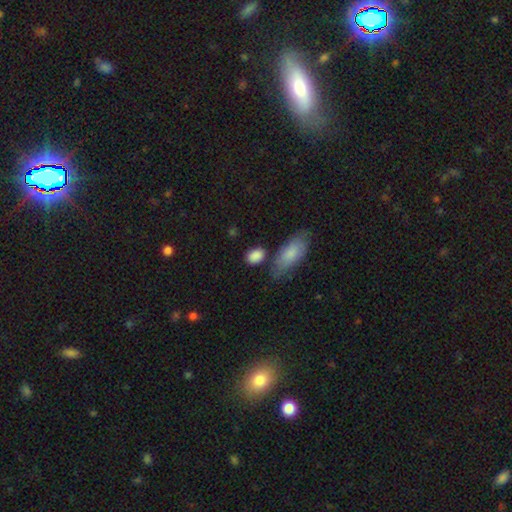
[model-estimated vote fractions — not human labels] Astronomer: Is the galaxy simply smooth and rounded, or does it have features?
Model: smooth — 88%.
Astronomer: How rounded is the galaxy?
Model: in between — 73%.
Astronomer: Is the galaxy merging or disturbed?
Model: none — 68%.